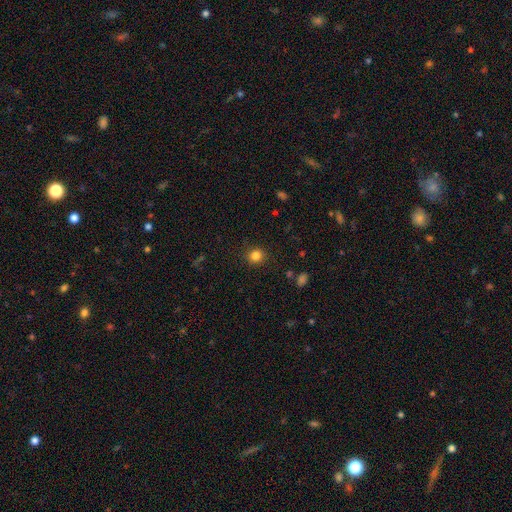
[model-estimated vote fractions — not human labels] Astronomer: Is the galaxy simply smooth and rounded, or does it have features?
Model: smooth — 82%.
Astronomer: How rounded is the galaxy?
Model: round — 88%.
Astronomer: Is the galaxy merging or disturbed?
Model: none — 90%.